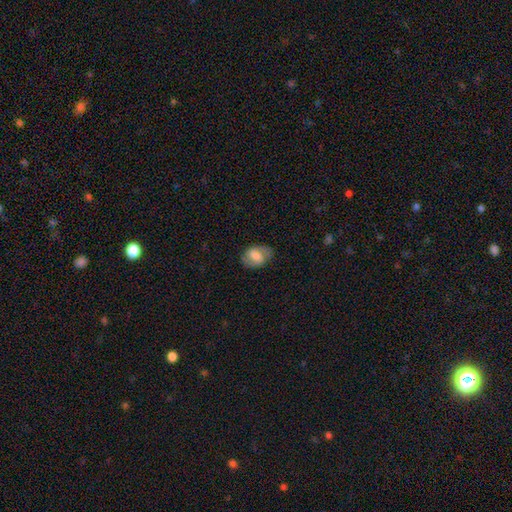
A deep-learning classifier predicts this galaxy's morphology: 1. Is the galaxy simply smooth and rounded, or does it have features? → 53% smooth, 39% featured or disk, 8% star or artifact.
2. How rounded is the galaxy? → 81% in between, 17% round, 1% cigar-shaped.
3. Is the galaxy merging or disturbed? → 75% none, 18% minor disturbance, 6% major disturbance, 1% merger.